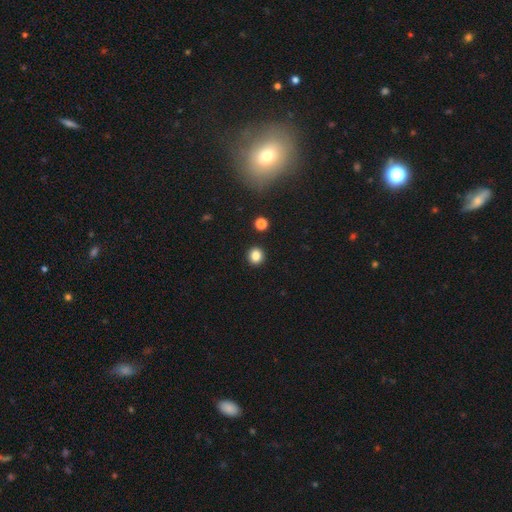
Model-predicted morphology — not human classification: smooth_or_featured: smooth (p=0.84) [alt: star or artifact p=0.12]
how_rounded: round (p=0.89) [alt: in between p=0.10]
merging: none (p=0.91) [alt: minor disturbance p=0.05]